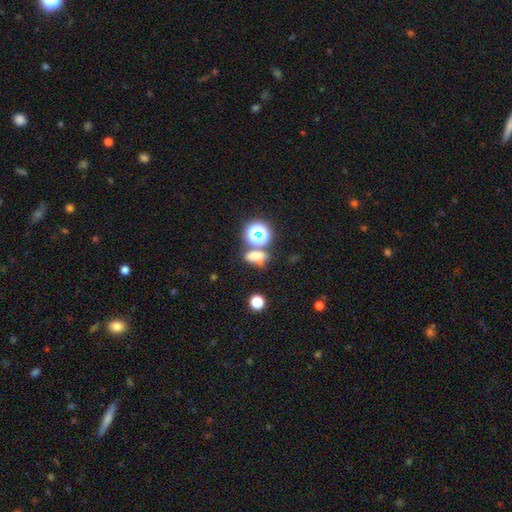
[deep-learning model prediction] A smooth galaxy with no disk features (63%) that is in between round and cigar-shaped (64%). Merging: none (52%).